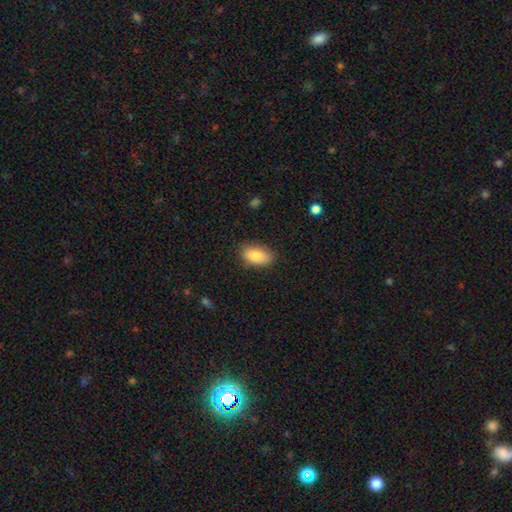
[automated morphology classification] A smooth galaxy with no disk features (84%) that is in between round and cigar-shaped (92%).

Vote fractions:
- Smooth or featured? smooth: 84% / featured or disk: 8% / star or artifact: 7%
- How rounded? in between: 92% / round: 5% / cigar-shaped: 3%
- Merging? none: 82% / minor disturbance: 14% / major disturbance: 3% / merger: 1%